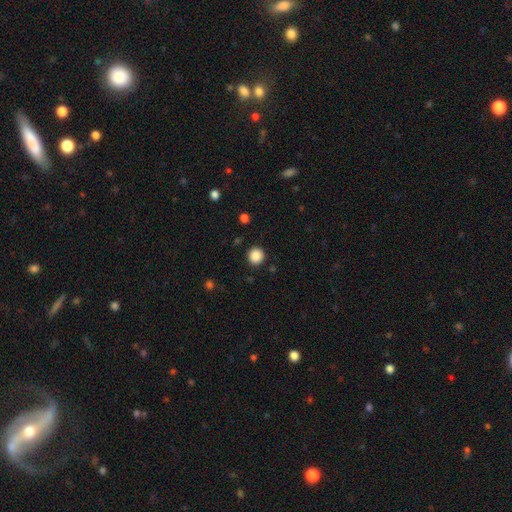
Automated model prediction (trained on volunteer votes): A smooth galaxy with no disk features (88%) that is round (93%).

Vote fractions:
- Smooth or featured? smooth: 88% / star or artifact: 10% / featured or disk: 3%
- How rounded? round: 93% / in between: 6% / cigar-shaped: 1%
- Merging? none: 91% / minor disturbance: 5% / major disturbance: 2% / merger: 1%